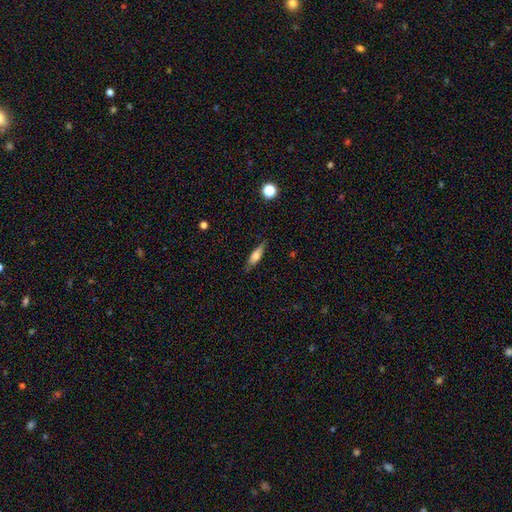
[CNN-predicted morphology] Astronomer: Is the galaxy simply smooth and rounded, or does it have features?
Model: smooth — 66%.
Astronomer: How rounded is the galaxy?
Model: cigar-shaped — 55% (runner-up: in between, 42%).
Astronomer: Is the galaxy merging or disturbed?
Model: none — 82%.